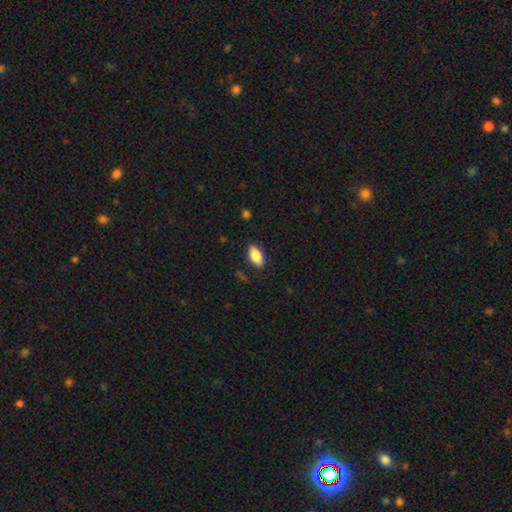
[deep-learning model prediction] This is clearly a smooth galaxy (84%). How rounded: clearly in between (91%). Merging: clearly none (86%).